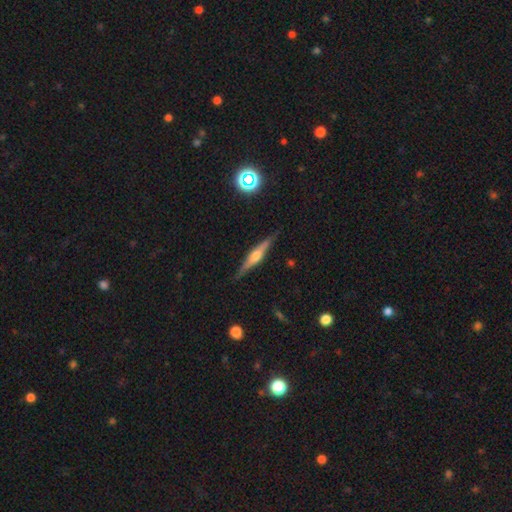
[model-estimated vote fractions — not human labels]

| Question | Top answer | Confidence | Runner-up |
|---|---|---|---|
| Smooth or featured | featured or disk | 70% | smooth (23%) |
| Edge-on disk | yes | 97% | no (3%) |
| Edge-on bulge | rounded | 85% | boxy (10%) |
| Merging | none | 86% | minor disturbance (10%) |